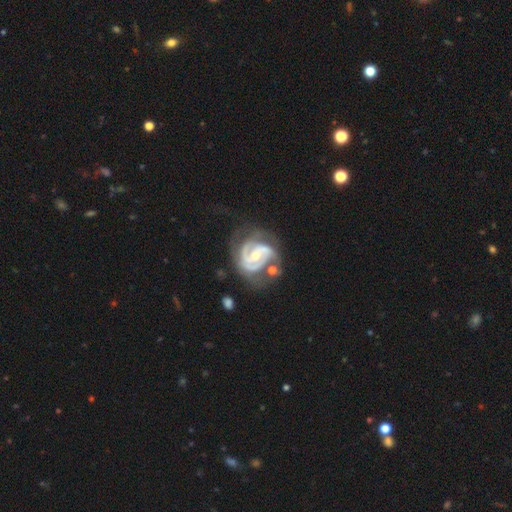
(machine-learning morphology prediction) Q: Smooth or featured?
A: featured or disk (90%); runner-up: smooth (5%)
Q: Edge-on disk?
A: no (98%); runner-up: yes (2%)
Q: Bar?
A: weak (41%); runner-up: no (36%)
Q: Spiral arms?
A: yes (97%); runner-up: no (3%)
Q: Spiral winding?
A: tight (54%); runner-up: medium (38%)
Q: Spiral arm count?
A: 2 (56%); runner-up: 3 (24%)
Q: Bulge size?
A: moderate (50%); runner-up: small (46%)
Q: Merging?
A: none (49%); runner-up: minor disturbance (24%)